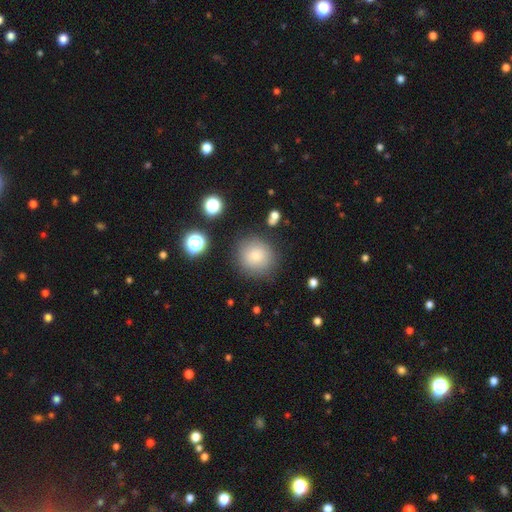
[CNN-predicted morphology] Smooth or featured? smooth (82%)
How rounded? round (89%)
Merging? none (82%)